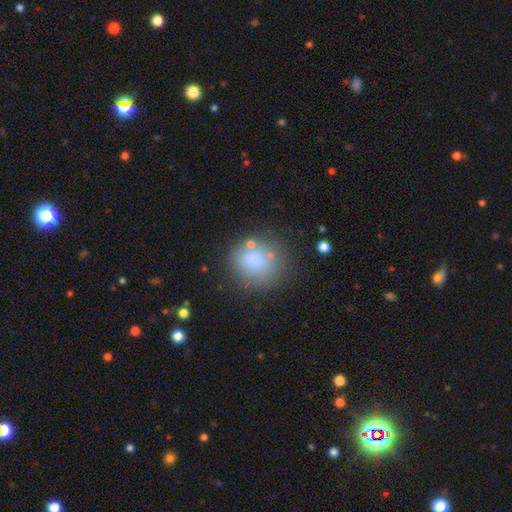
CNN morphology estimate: Smooth or featured?
  - smooth: 78% *
  - featured or disk: 11%
  - star or artifact: 11%
How rounded?
  - round: 76% *
  - in between: 23%
  - cigar-shaped: 1%
Merging?
  - none: 65% *
  - minor disturbance: 17%
  - merger: 9%
  - major disturbance: 8%